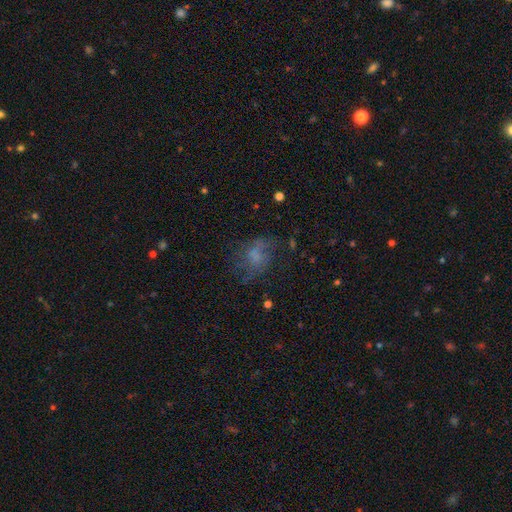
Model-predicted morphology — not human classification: Q: Smooth or featured?
A: smooth (48%); runner-up: featured or disk (35%)
Q: Merging?
A: none (48%); runner-up: major disturbance (27%)